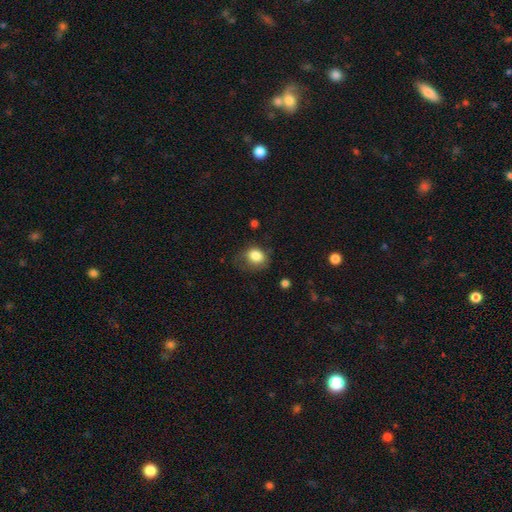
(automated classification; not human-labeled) smooth_or_featured: smooth (p=0.82) [alt: star or artifact p=0.09]
how_rounded: round (p=0.55) [alt: in between p=0.45]
merging: none (p=0.52) [alt: minor disturbance p=0.30]